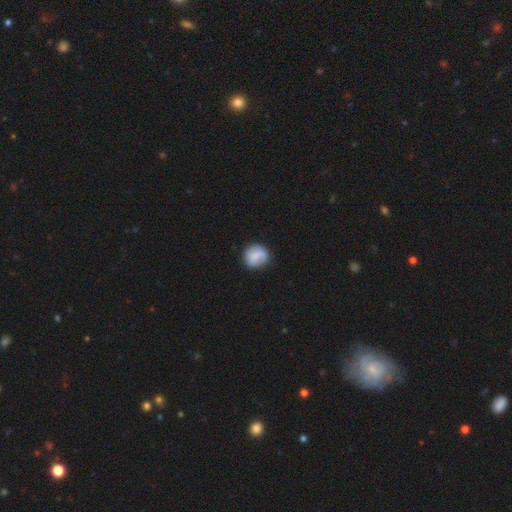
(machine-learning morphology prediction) The model was most divided on "smooth or featured": smooth: 68%, featured or disk: 25%, star or artifact: 7%. More confident: how rounded — round (86%); merging — none (71%).